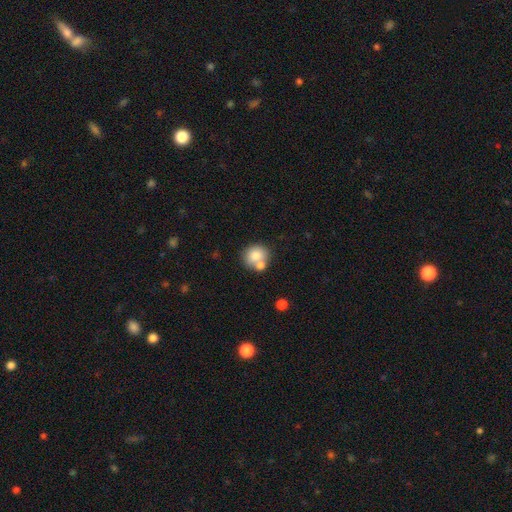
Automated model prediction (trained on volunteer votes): Smooth or featured? smooth (78%)
How rounded? round (78%)
Merging? none (50%)